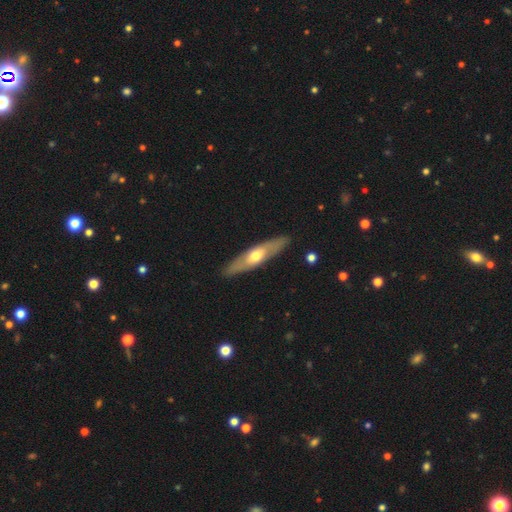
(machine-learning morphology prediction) The model was most divided on "smooth or featured": featured or disk: 54%, smooth: 42%, star or artifact: 5%. More confident: merging — none (88%); edge-on disk — yes (65%).